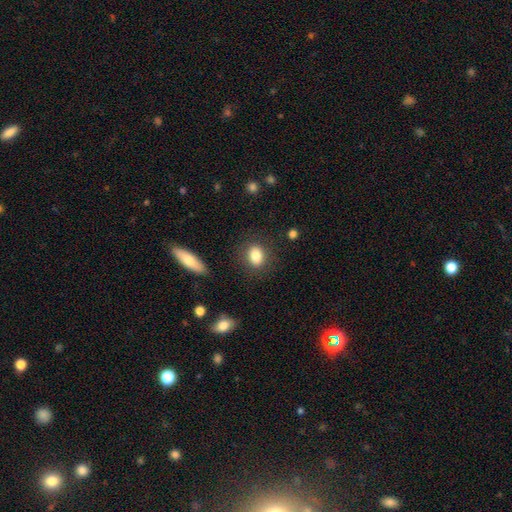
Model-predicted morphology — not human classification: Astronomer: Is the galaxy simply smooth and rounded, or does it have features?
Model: smooth — 84%.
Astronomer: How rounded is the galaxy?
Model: in between — 56% (runner-up: round, 43%).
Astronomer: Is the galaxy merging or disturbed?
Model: none — 85%.